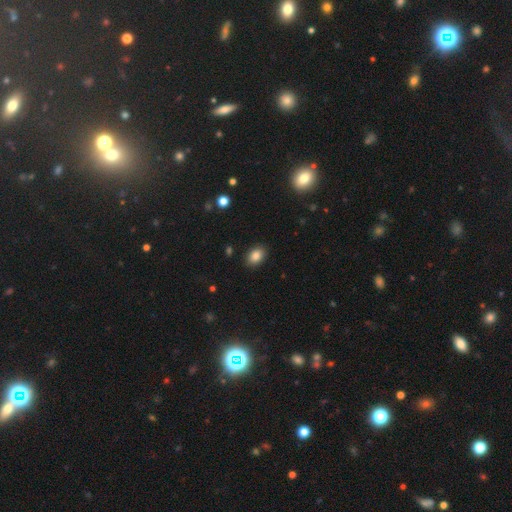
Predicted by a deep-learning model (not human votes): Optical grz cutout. It shows a smooth galaxy with no disk features (85%) that is in between round and cigar-shaped (80%). Merging: none (88%).